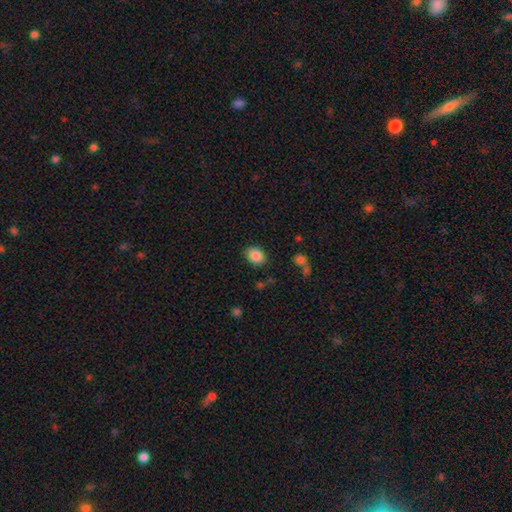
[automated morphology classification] Overall: smooth (87%). How rounded: in between (60%; round 39%). Merging: none (84%).